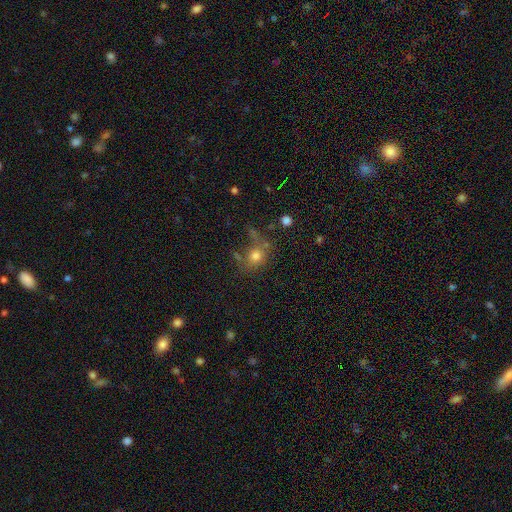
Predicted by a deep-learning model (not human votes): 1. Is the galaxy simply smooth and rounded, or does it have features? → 73% smooth, 16% star or artifact, 11% featured or disk.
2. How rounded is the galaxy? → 68% round, 30% in between, 1% cigar-shaped.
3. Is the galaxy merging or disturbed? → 58% none, 18% minor disturbance, 13% merger, 11% major disturbance.